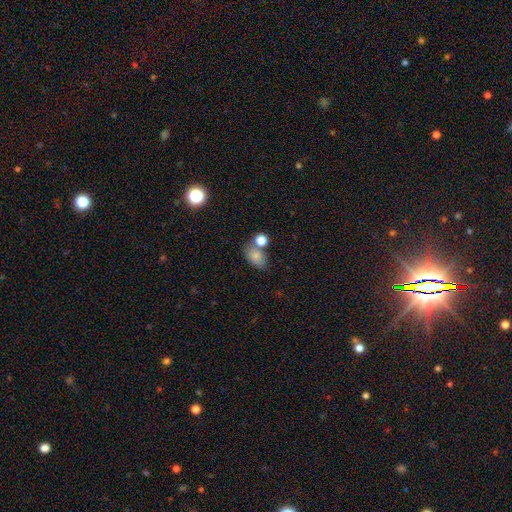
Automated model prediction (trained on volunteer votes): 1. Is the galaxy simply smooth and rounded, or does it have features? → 80% smooth, 11% star or artifact, 9% featured or disk.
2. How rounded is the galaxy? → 81% in between, 17% round, 2% cigar-shaped.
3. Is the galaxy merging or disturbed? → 57% none, 23% merger, 15% minor disturbance, 5% major disturbance.